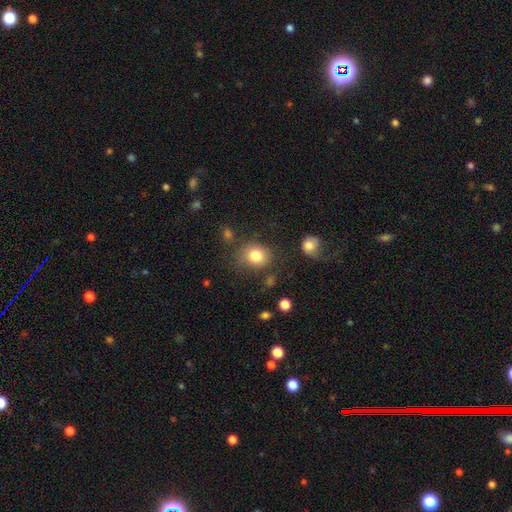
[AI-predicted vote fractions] This appears to be a smooth galaxy with no disk features (82%) that is round (71%). Merging: none (74%).